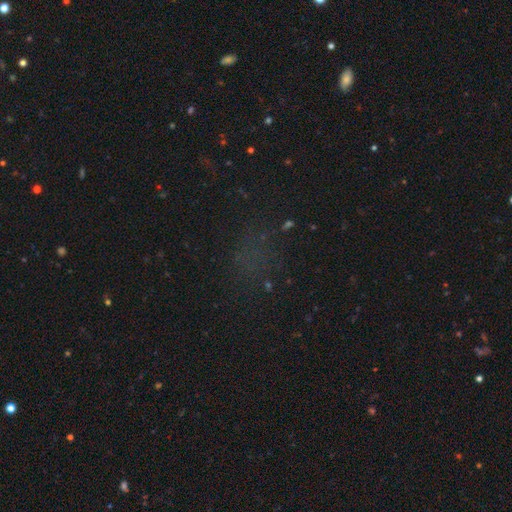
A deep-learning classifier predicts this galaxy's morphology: Q: Smooth or featured?
A: star or artifact (62%); runner-up: smooth (26%)